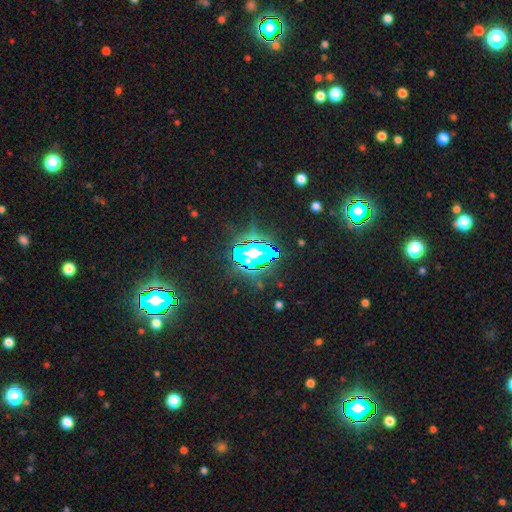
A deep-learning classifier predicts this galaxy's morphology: Smooth or featured? Predicted: star or artifact (p=0.63).